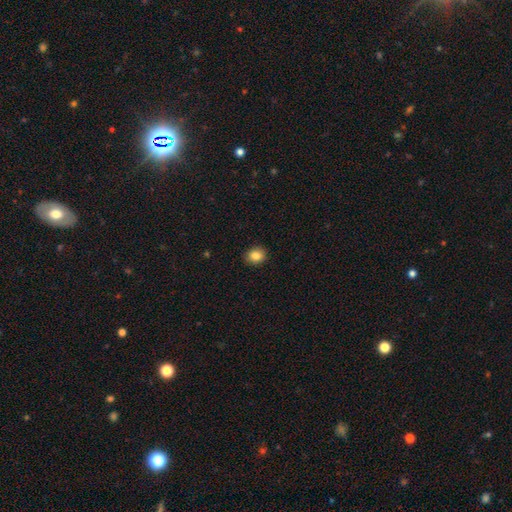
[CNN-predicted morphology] Overall: smooth (86%). How rounded: round (63%; in between 36%). Merging: none (90%).